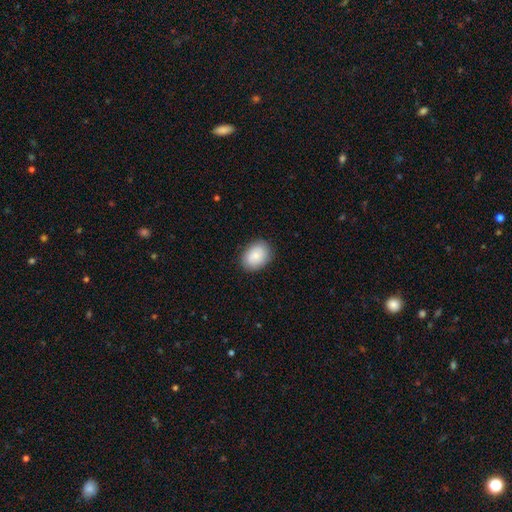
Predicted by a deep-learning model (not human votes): A smooth galaxy with no disk features (83%) that is in between round and cigar-shaped (68%). Merging: none (86%).